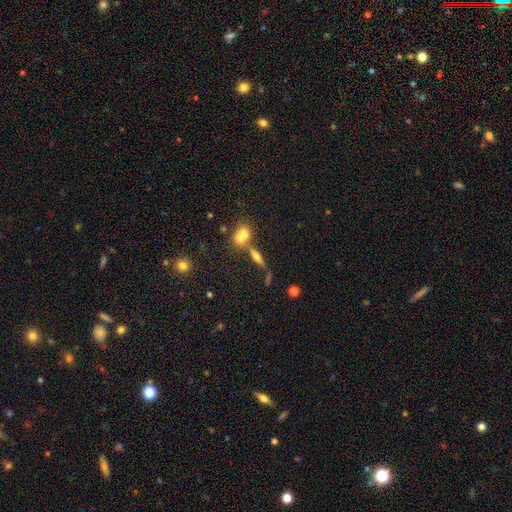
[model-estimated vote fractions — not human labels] Morphology: type=smooth (48%); merging=merger (43%).